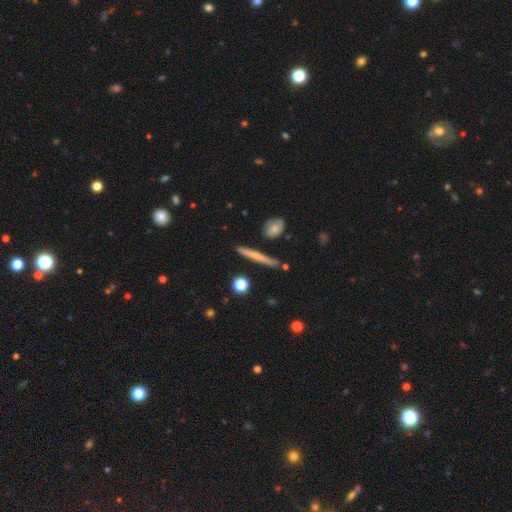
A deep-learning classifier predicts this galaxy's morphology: A smooth galaxy with no disk features (53%) that is cigar-shaped (92%).

Vote fractions:
- Smooth or featured? smooth: 53% / featured or disk: 39% / star or artifact: 7%
- How rounded? cigar-shaped: 92% / round: 4% / in between: 4%
- Merging? none: 85% / minor disturbance: 9% / merger: 4% / major disturbance: 2%